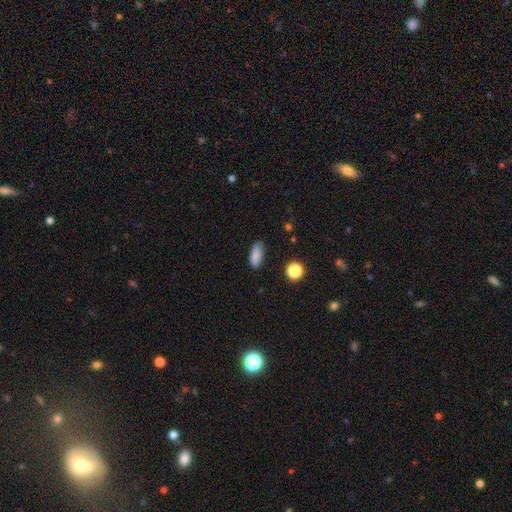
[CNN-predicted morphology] Smooth or featured?
  - smooth: 86% *
  - star or artifact: 9%
  - featured or disk: 5%
How rounded?
  - in between: 71% *
  - cigar-shaped: 25%
  - round: 4%
Merging?
  - none: 84% *
  - minor disturbance: 12%
  - major disturbance: 3%
  - merger: 1%